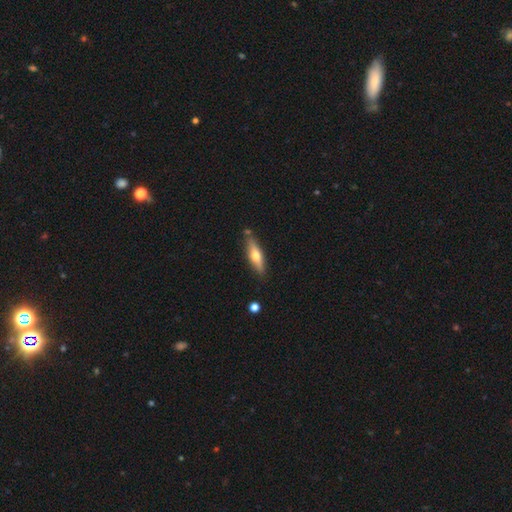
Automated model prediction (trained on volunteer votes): A smooth galaxy with no disk features (48%).

Vote fractions:
- Smooth or featured? smooth: 48% / featured or disk: 46% / star or artifact: 6%
- Merging? none: 80% / minor disturbance: 13% / merger: 5% / major disturbance: 3%